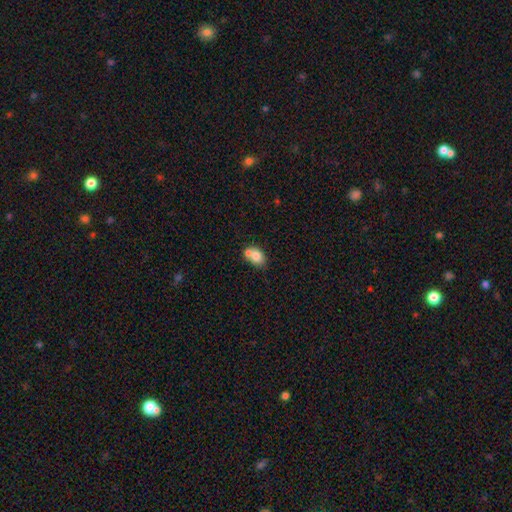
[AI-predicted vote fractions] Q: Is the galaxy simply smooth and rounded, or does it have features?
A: smooth — 74%.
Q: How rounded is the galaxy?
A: in between — 63%.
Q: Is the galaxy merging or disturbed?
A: merger — 50%.